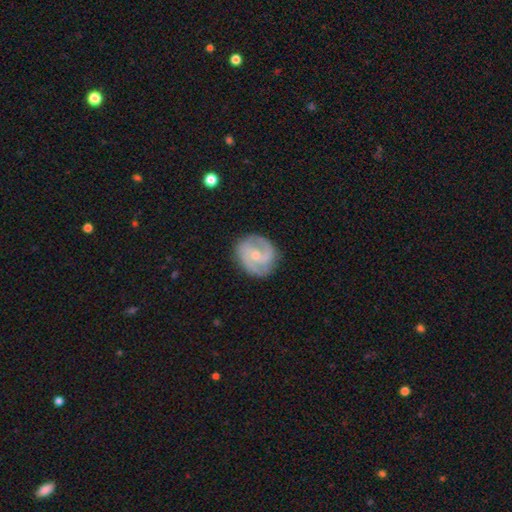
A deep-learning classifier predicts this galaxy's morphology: type=featured or disk (78%); edge-on=no (98%); bar=no (49%); spiral arms=yes (94%); winding=medium (49%); arm count=2 (66%); bulge=small (62%); merging=none (80%).